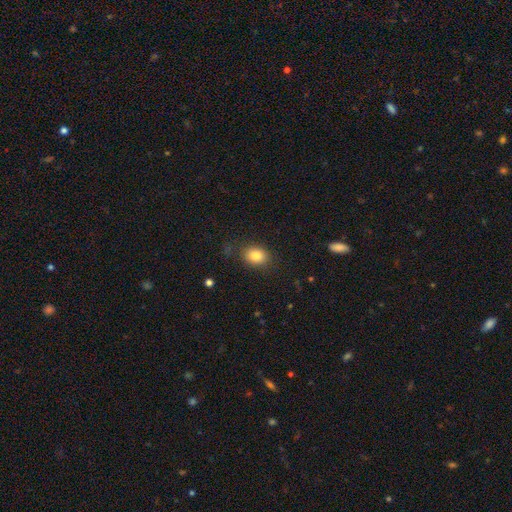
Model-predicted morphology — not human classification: type=smooth (83%); roundness=in between (59%); merging=none (81%).